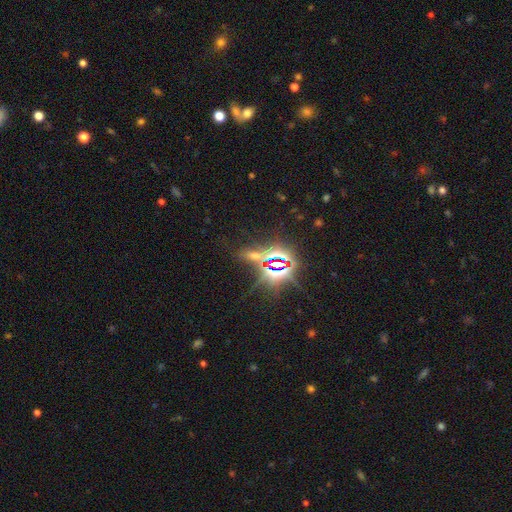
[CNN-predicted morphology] Q: Smooth or featured?
A: star or artifact (75%); runner-up: smooth (15%)